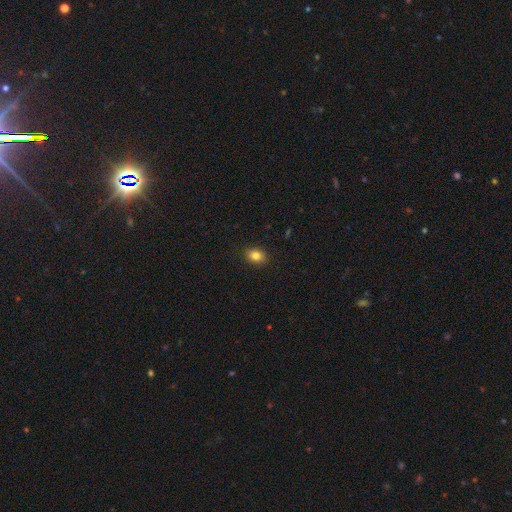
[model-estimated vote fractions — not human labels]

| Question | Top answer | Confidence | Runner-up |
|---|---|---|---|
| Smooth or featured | smooth | 82% | star or artifact (10%) |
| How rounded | in between | 59% | round (40%) |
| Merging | none | 90% | minor disturbance (7%) |